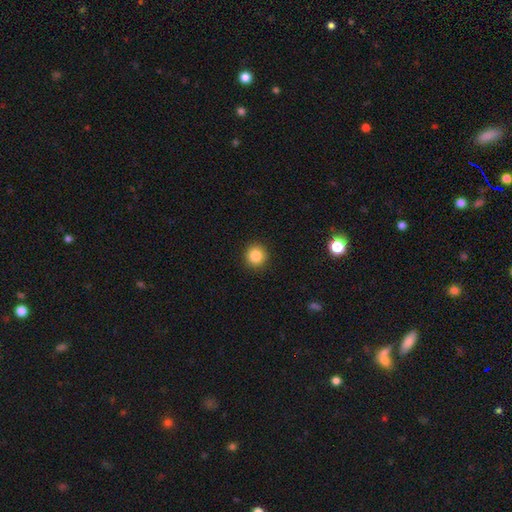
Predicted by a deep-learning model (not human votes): Q: Smooth or featured?
A: smooth (86%); runner-up: star or artifact (10%)
Q: How rounded?
A: round (93%); runner-up: in between (6%)
Q: Merging?
A: none (92%); runner-up: minor disturbance (5%)